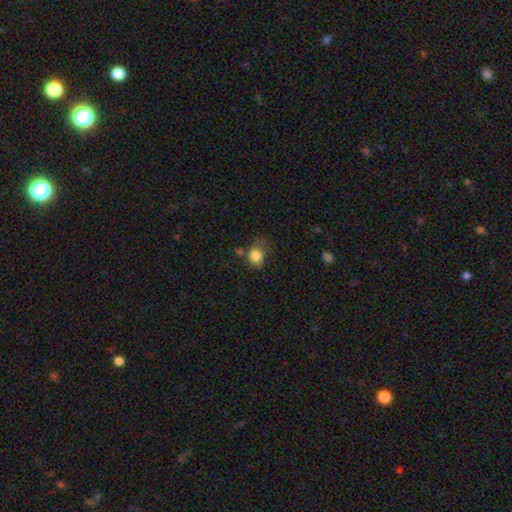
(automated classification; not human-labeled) The model was most divided on "merging": none: 50%, minor disturbance: 28%, major disturbance: 15%, merger: 7%. More confident: smooth or featured — smooth (84%); how rounded — round (67%).